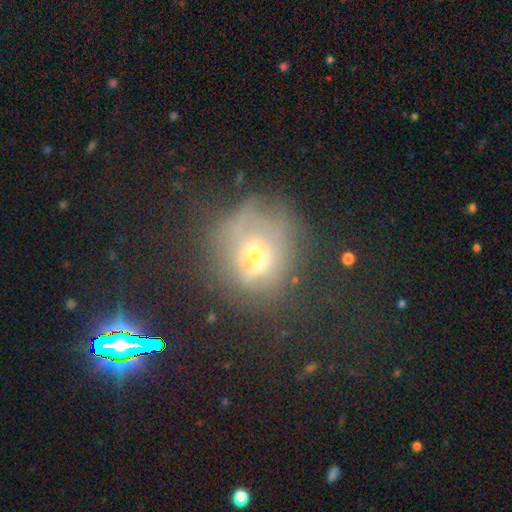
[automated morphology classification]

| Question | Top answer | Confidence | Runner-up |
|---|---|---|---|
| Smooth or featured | featured or disk | 43% | smooth (42%) |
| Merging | none | 43% | major disturbance (29%) |